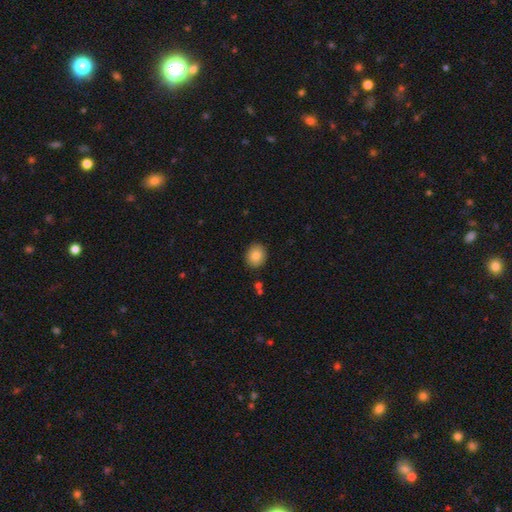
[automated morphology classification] The model was most divided on "how rounded": round: 69%, in between: 30%, cigar-shaped: 1%. More confident: merging — none (89%); smooth or featured — smooth (82%).